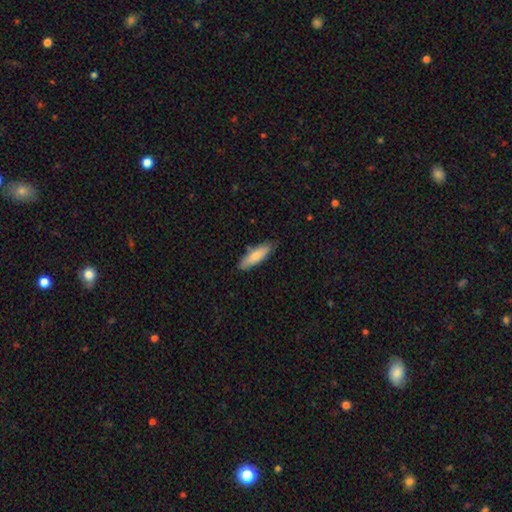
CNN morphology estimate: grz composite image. It shows a smooth galaxy with no disk features (77%) that is cigar-shaped (58%). Merging: none (82%).